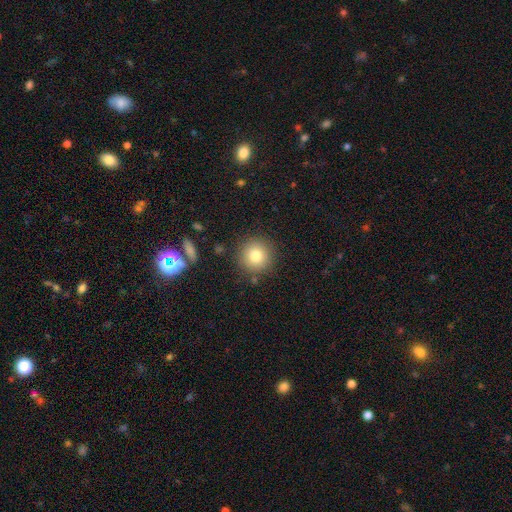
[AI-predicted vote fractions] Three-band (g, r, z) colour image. It shows a smooth galaxy with no disk features (79%) that is round (94%). Merging: none (87%).